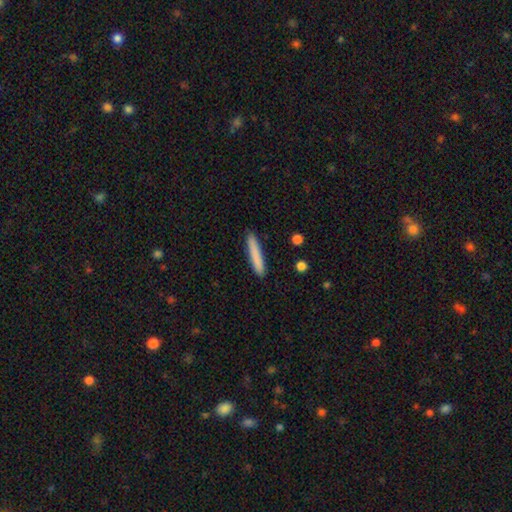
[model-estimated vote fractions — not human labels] A smooth galaxy with no disk features (83%) that is cigar-shaped (94%).

Vote fractions:
- Smooth or featured? smooth: 83% / featured or disk: 12% / star or artifact: 6%
- How rounded? cigar-shaped: 94% / in between: 5% / round: 1%
- Merging? none: 91% / minor disturbance: 6% / major disturbance: 1% / merger: 1%